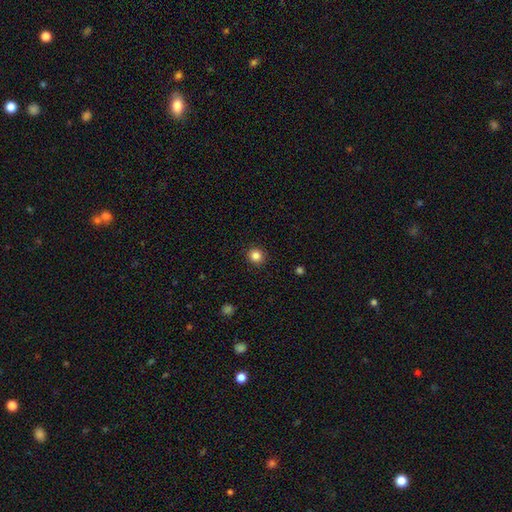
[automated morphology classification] Smooth or featured: smooth — 84% (star or artifact — 12%)
How rounded: round — 92% (in between — 7%)
Merging: none — 92% (minor disturbance — 5%)